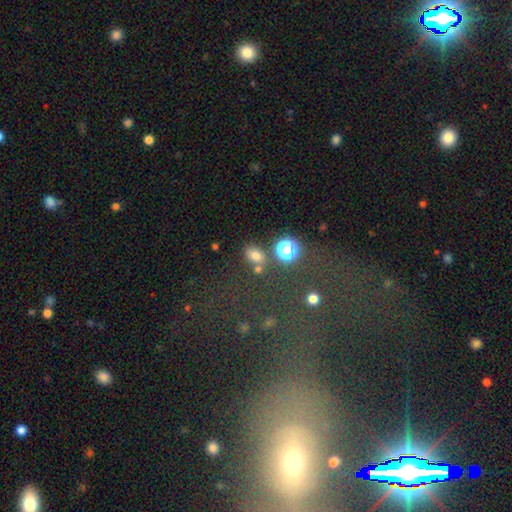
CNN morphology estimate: This appears to be a smooth galaxy with no disk features (73%) that is in between round and cigar-shaped (67%). Merging: none (70%).